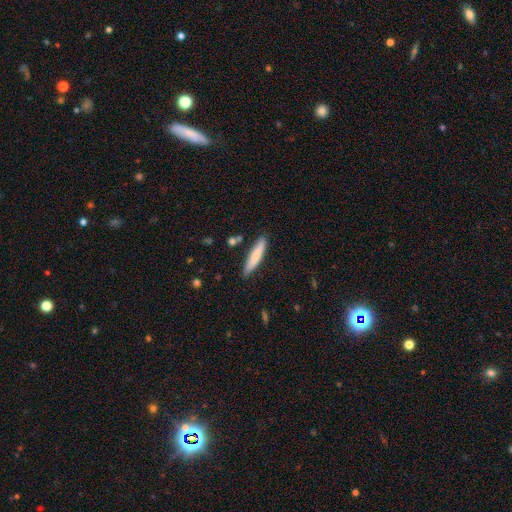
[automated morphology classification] smooth_or_featured: smooth (p=0.78) [alt: featured or disk p=0.17]
how_rounded: cigar-shaped (p=0.85) [alt: in between p=0.14]
merging: none (p=0.83) [alt: minor disturbance p=0.13]